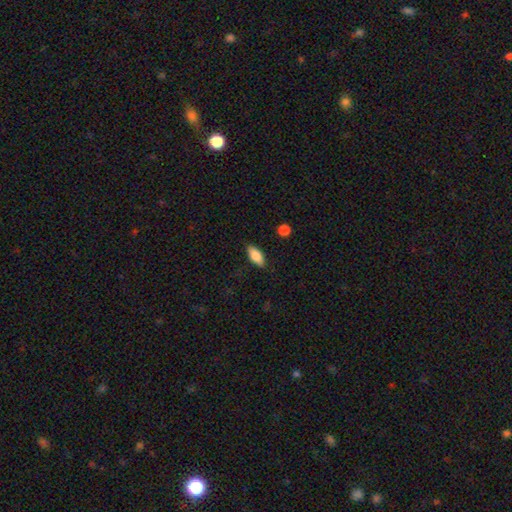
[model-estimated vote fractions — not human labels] Smooth or featured?
  - smooth: 82% *
  - featured or disk: 11%
  - star or artifact: 7%
How rounded?
  - in between: 85% *
  - cigar-shaped: 12%
  - round: 3%
Merging?
  - none: 86% *
  - minor disturbance: 10%
  - major disturbance: 2%
  - merger: 1%